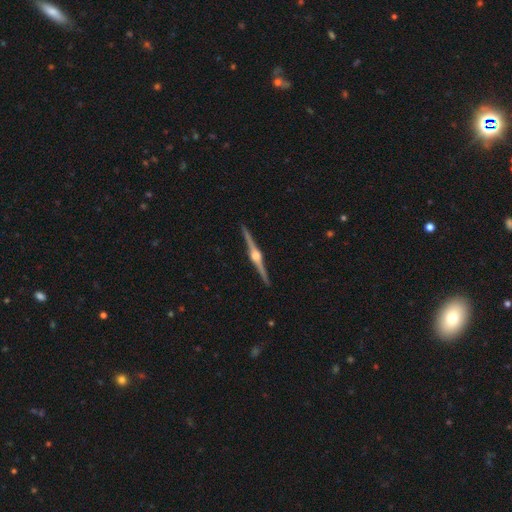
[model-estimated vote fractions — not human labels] featured or disk 89%, smooth 6%, star or artifact 5%. Down the decision tree: edge-on disk — yes (99%); edge-on bulge — rounded (94%); merging — none (93%).